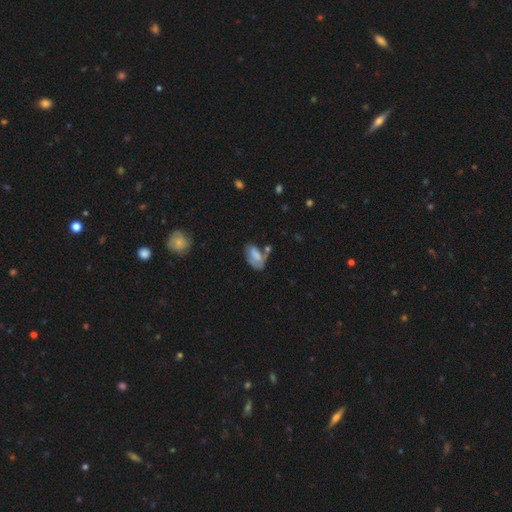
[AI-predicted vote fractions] Smooth or featured? smooth (69%)
How rounded? in between (92%)
Merging? none (43%)